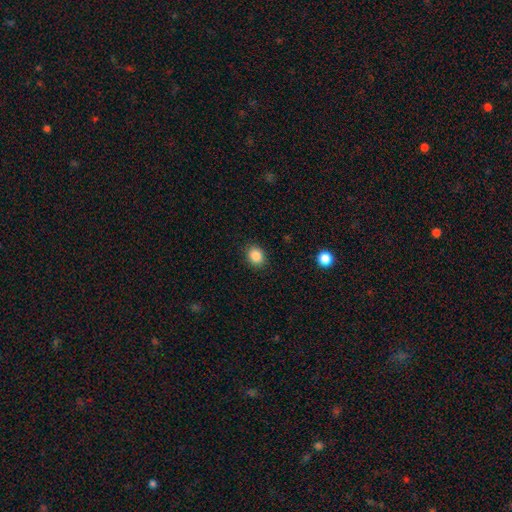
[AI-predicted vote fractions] Smooth or featured?
  - smooth: 87% *
  - star or artifact: 9%
  - featured or disk: 4%
How rounded?
  - round: 58% *
  - in between: 41%
  - cigar-shaped: 1%
Merging?
  - none: 89% *
  - minor disturbance: 8%
  - major disturbance: 2%
  - merger: 1%